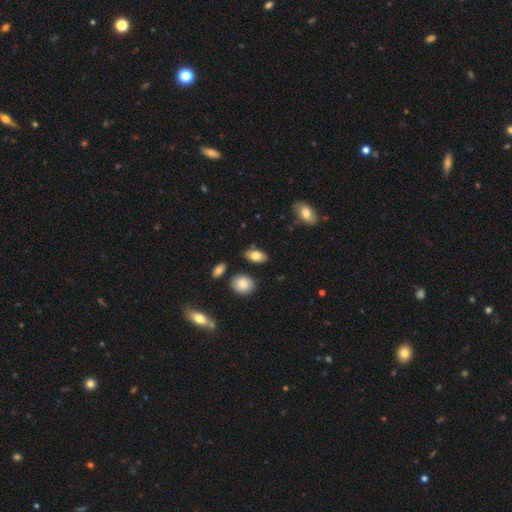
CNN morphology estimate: smooth 80%, featured or disk 13%, star or artifact 7%. Down the decision tree: how rounded — in between (91%); merging — none (81%).